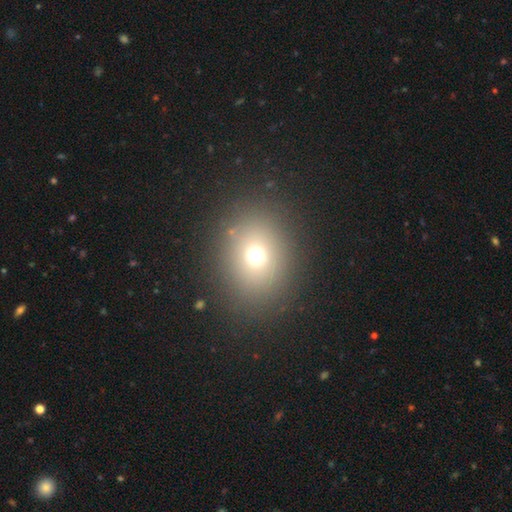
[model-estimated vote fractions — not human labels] smooth_or_featured: smooth (p=0.68) [alt: star or artifact p=0.20]
how_rounded: round (p=0.61) [alt: in between p=0.38]
merging: none (p=0.85) [alt: minor disturbance p=0.08]